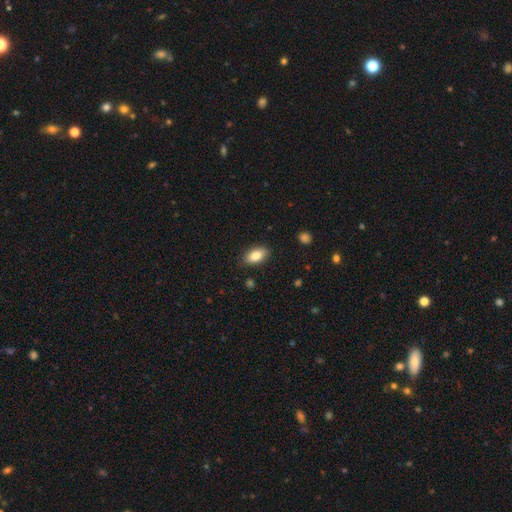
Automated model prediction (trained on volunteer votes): smooth 84%, featured or disk 9%, star or artifact 7%. Down the decision tree: how rounded — in between (91%); merging — none (87%).